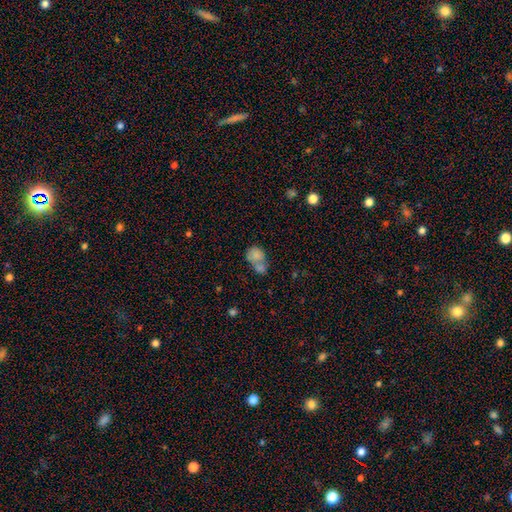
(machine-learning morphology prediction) smooth 75%, featured or disk 15%, star or artifact 9%. Down the decision tree: how rounded — in between (54%); merging — merger (61%).